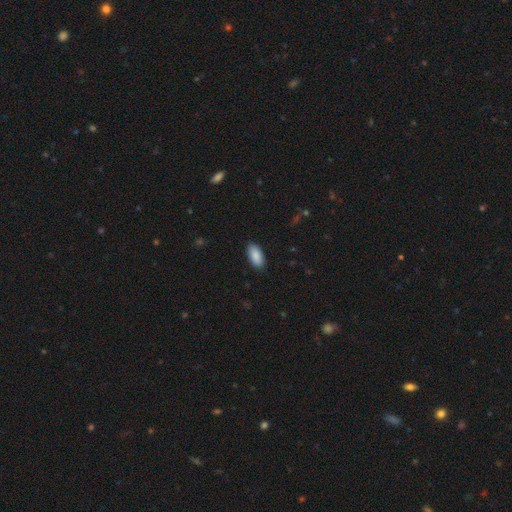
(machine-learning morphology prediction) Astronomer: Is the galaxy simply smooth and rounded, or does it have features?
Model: smooth — 90%.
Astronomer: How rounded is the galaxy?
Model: in between — 92%.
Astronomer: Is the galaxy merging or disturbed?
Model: none — 88%.